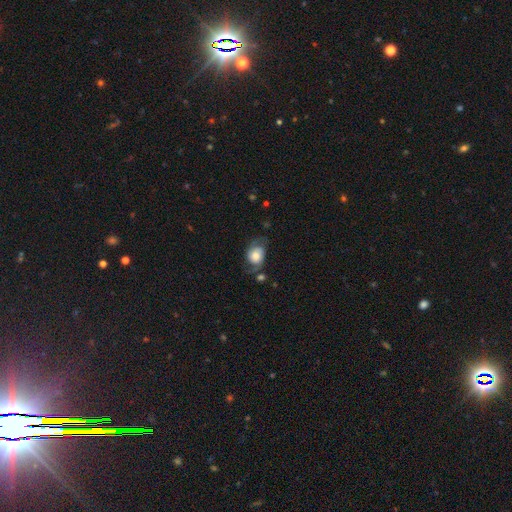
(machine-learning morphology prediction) Smooth or featured? Predicted: featured or disk (p=0.50). Merging? Predicted: none (p=0.50).